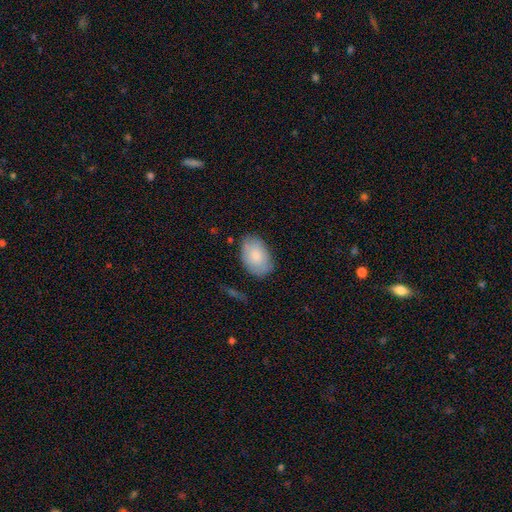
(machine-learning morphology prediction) smooth_or_featured: smooth (p=0.78) [alt: featured or disk p=0.16]
how_rounded: in between (p=0.88) [alt: round p=0.11]
merging: none (p=0.76) [alt: minor disturbance p=0.18]